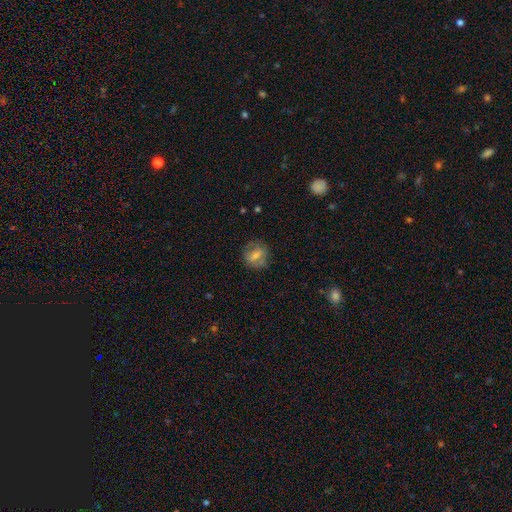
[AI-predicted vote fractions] Smooth or featured: smooth — 62% (featured or disk — 28%)
How rounded: round — 67% (in between — 31%)
Merging: none — 72% (minor disturbance — 18%)